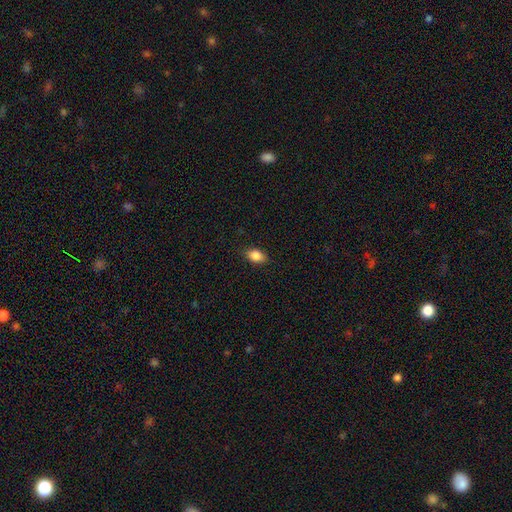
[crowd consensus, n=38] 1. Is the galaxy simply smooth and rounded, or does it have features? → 89% smooth, 8% star or artifact, 3% featured or disk.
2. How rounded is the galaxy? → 76% in between, 24% round, 0% cigar-shaped.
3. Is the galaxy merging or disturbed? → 80% none, 11% minor disturbance, 6% merger, 3% major disturbance.